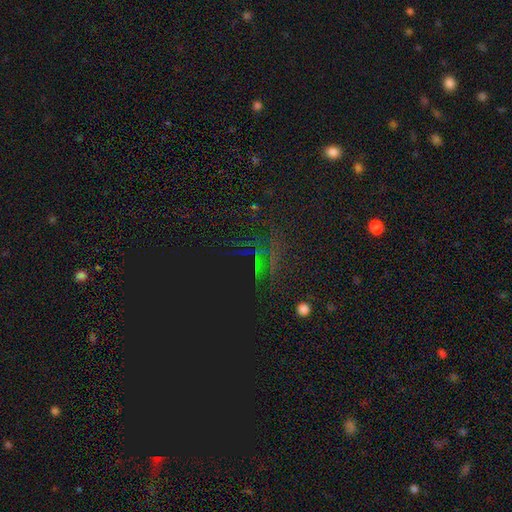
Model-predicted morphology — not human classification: The model was most divided on "smooth or featured": star or artifact: 74%, smooth: 17%, featured or disk: 10%.